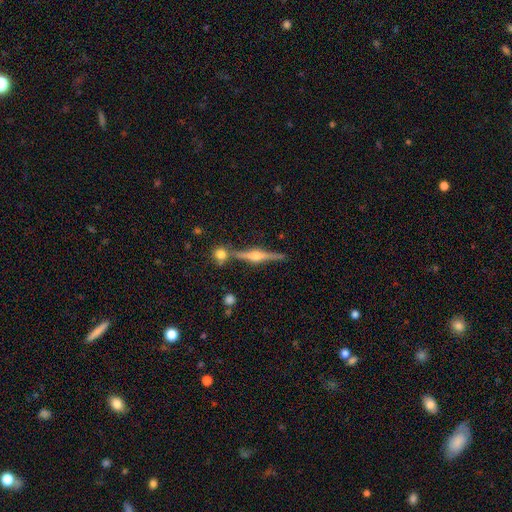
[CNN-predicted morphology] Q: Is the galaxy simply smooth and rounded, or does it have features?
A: featured or disk — 84%.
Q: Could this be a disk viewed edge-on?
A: yes — 98%.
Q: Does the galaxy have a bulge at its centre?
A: rounded — 91%.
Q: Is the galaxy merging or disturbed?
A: none — 82%.